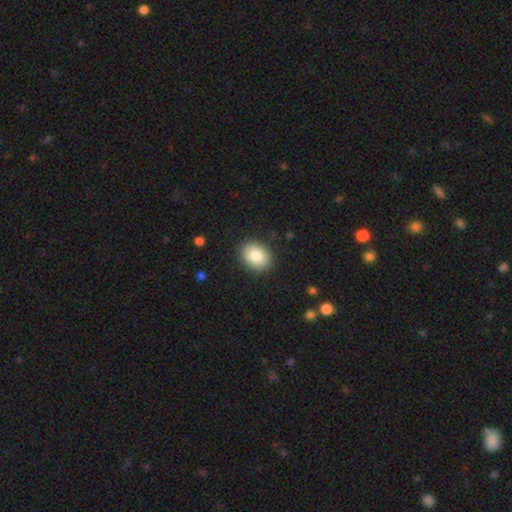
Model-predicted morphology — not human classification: Smooth or featured? smooth (84%)
How rounded? in between (57%)
Merging? none (89%)